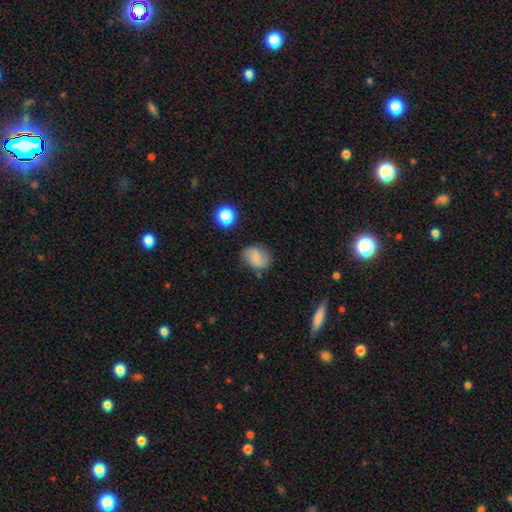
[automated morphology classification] Q: Smooth or featured?
A: smooth (53%); runner-up: featured or disk (36%)
Q: How rounded?
A: round (49%); tied with: in between (49%)
Q: Merging?
A: none (72%); runner-up: minor disturbance (19%)